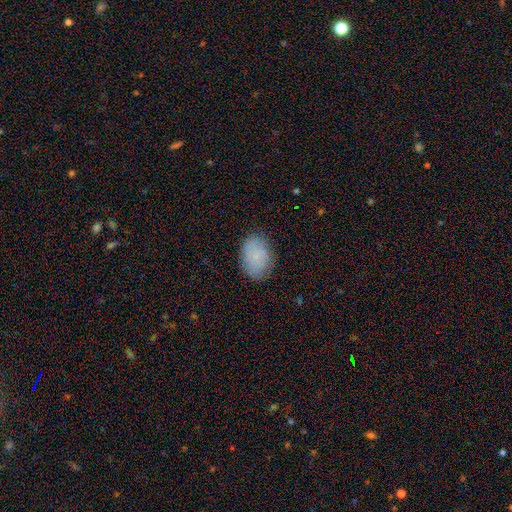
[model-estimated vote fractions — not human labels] Overall: smooth (78%). How rounded: in between (81%). Merging: none (81%).